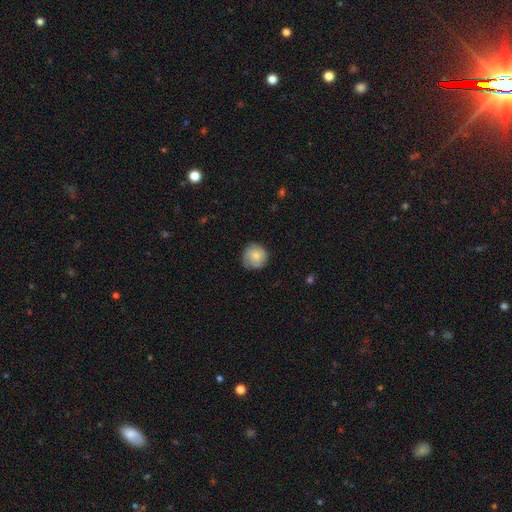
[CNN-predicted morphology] Q: Smooth or featured?
A: smooth (74%); runner-up: featured or disk (20%)
Q: How rounded?
A: round (93%); runner-up: in between (7%)
Q: Merging?
A: none (76%); runner-up: minor disturbance (19%)